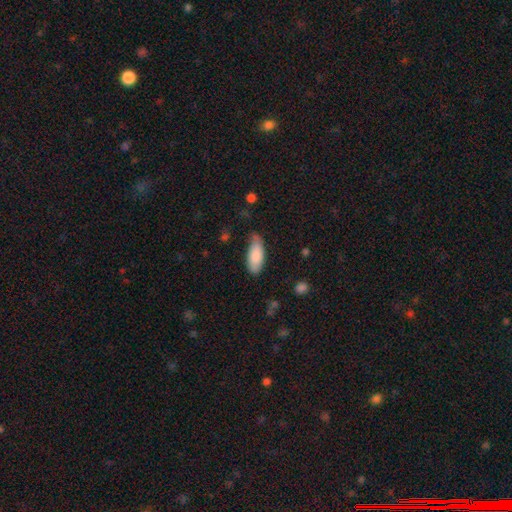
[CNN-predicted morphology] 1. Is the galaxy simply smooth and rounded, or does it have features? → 85% smooth, 9% featured or disk, 6% star or artifact.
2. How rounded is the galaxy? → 80% in between, 19% cigar-shaped, 2% round.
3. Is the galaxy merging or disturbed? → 59% none, 33% minor disturbance, 6% major disturbance, 2% merger.